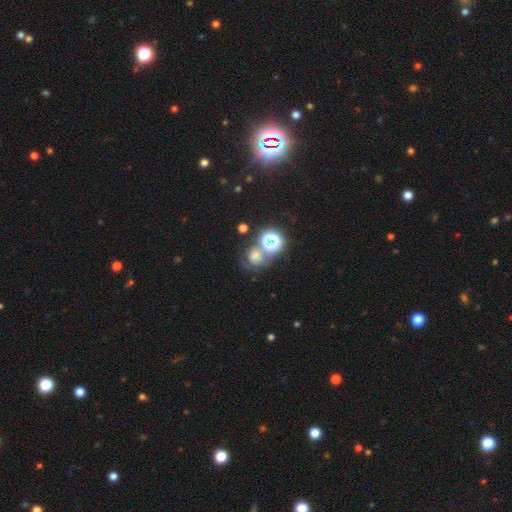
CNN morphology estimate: The model was most divided on "smooth or featured": smooth: 46%, star or artifact: 32%, featured or disk: 22%. Remaining: merging — none (46%).